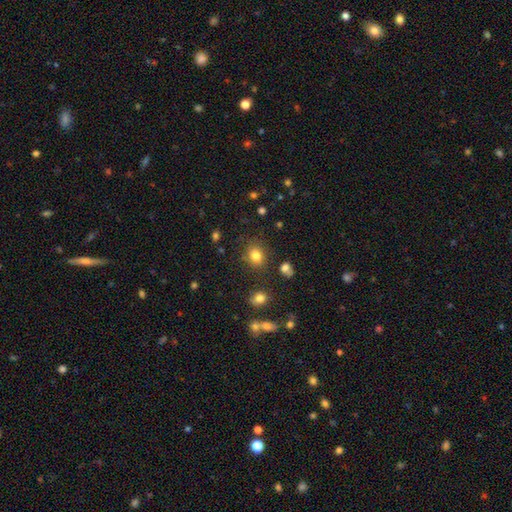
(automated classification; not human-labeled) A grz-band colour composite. It shows a smooth galaxy with no disk features (80%) that is round (58%). Merging: none (81%).